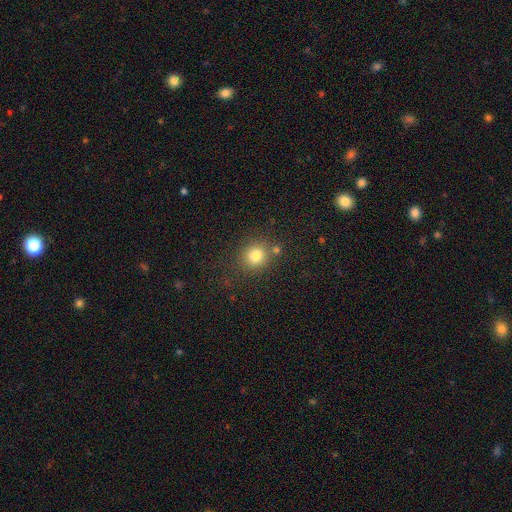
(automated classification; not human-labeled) Smooth or featured?
  - smooth: 80% *
  - star or artifact: 13%
  - featured or disk: 7%
How rounded?
  - round: 80% *
  - in between: 19%
  - cigar-shaped: 1%
Merging?
  - none: 72% *
  - minor disturbance: 12%
  - merger: 12%
  - major disturbance: 5%